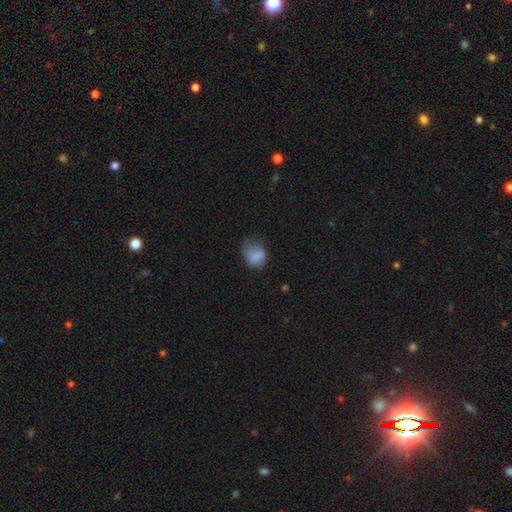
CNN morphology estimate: The model was most divided on "merging": none: 39%, minor disturbance: 35%, major disturbance: 23%, merger: 3%. More confident: smooth or featured — smooth (74%); how rounded — in between (57%).